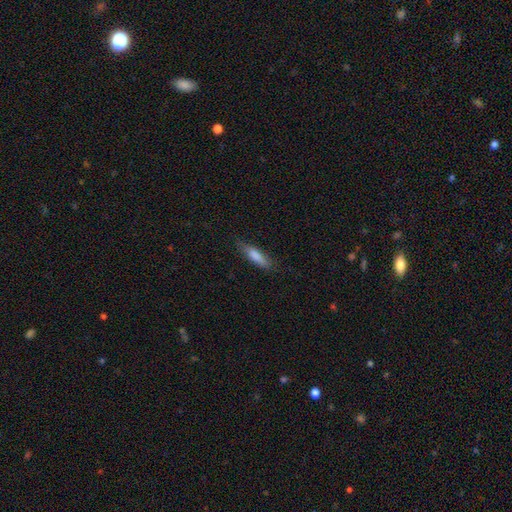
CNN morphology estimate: Overall: smooth (79%). How rounded: cigar-shaped (62%; in between 36%). Merging: none (73%).